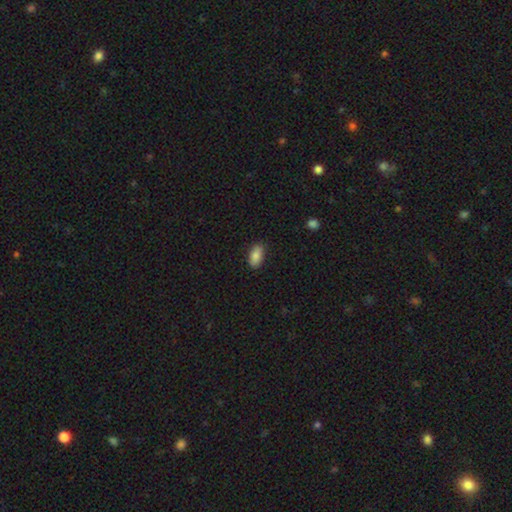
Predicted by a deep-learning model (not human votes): This appears to be a smooth galaxy with no disk features (84%) that is in between round and cigar-shaped (92%). Merging: none (84%).